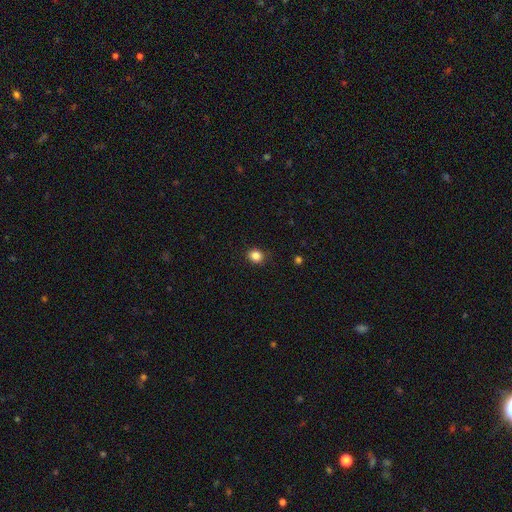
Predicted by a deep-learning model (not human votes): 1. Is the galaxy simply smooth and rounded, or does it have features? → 85% smooth, 11% star or artifact, 4% featured or disk.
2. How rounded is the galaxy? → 72% round, 27% in between, 1% cigar-shaped.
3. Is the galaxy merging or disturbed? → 85% none, 11% minor disturbance, 3% major disturbance, 1% merger.